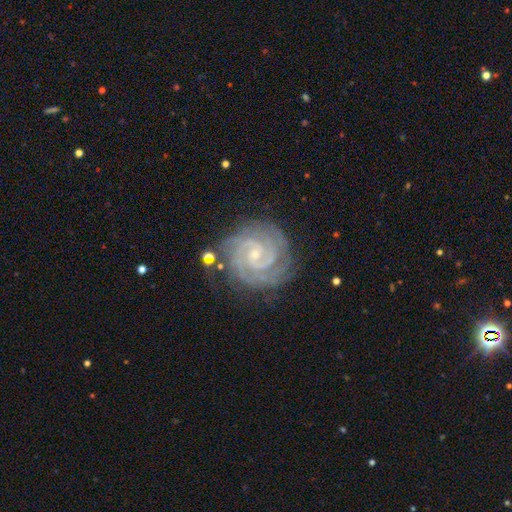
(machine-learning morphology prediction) This is clearly a featured or disk galaxy (90%). It is clearly not viewed edge-on (98%). Bar: possibly no (52%). Spiral arm pattern: clearly yes (99%). Spiral arm count: marginally 2 (40%). Spiral winding: clearly tight (84%). Central bulge: likely small (79%). Merging: clearly none (81%).